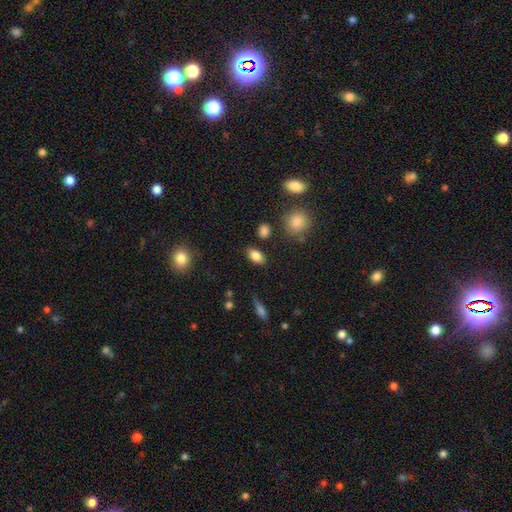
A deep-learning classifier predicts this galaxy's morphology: Smooth or featured? smooth (83%)
How rounded? in between (88%)
Merging? none (83%)